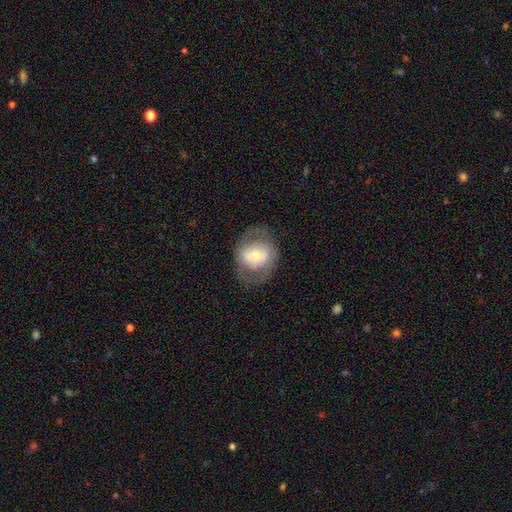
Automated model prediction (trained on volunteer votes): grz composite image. It shows a featured or disk galaxy (52%). Merging: none (70%).